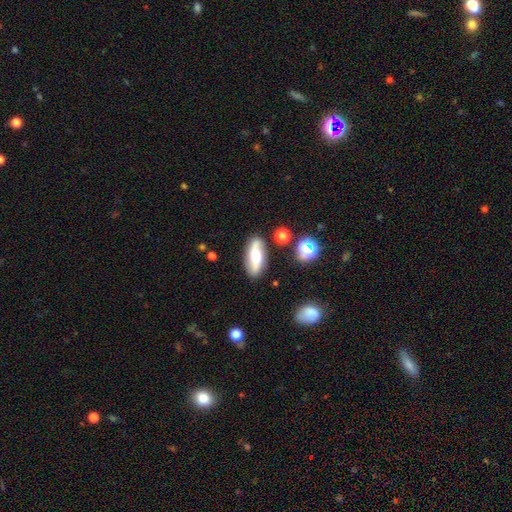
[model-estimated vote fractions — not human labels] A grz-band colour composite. It shows a featured or disk galaxy (51%). Merging: none (82%).